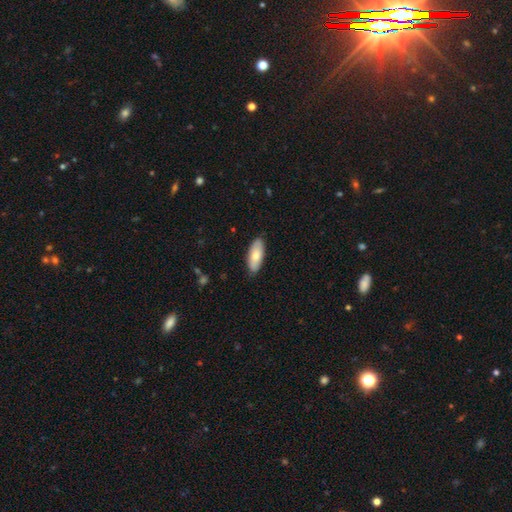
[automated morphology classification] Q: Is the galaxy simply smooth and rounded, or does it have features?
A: smooth — 75%.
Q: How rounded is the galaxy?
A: in between — 83%.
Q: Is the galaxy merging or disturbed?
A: none — 85%.